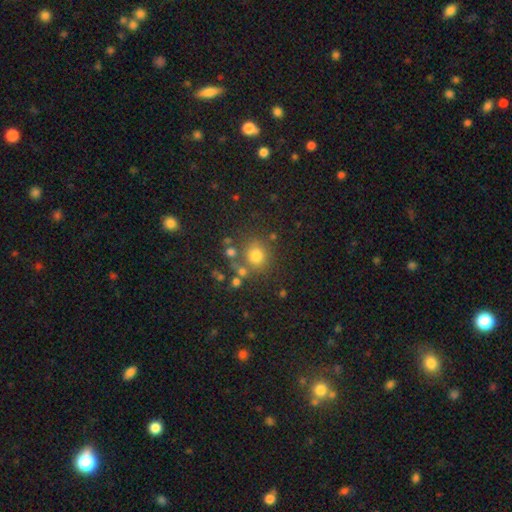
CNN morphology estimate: smooth_or_featured: smooth (p=0.73) [alt: star or artifact p=0.18]
how_rounded: round (p=0.87) [alt: in between p=0.12]
merging: none (p=0.72) [alt: minor disturbance p=0.11]